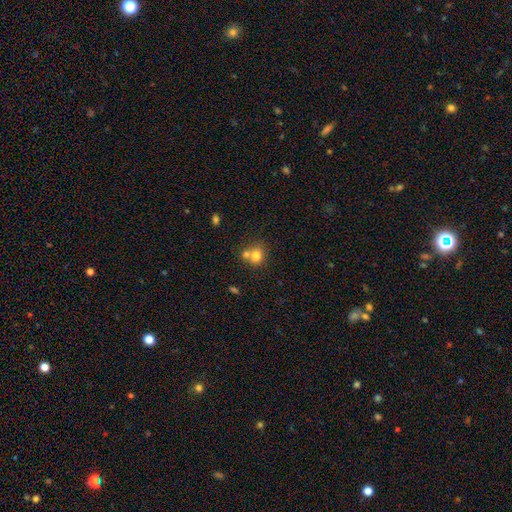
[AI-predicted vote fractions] smooth-or-featured: smooth: 77% | star or artifact: 12% | featured or disk: 12%
  how-rounded: round: 75% | in between: 24% | cigar-shaped: 1%
  merging: merger: 46% | none: 43% | minor disturbance: 8% | major disturbance: 3%